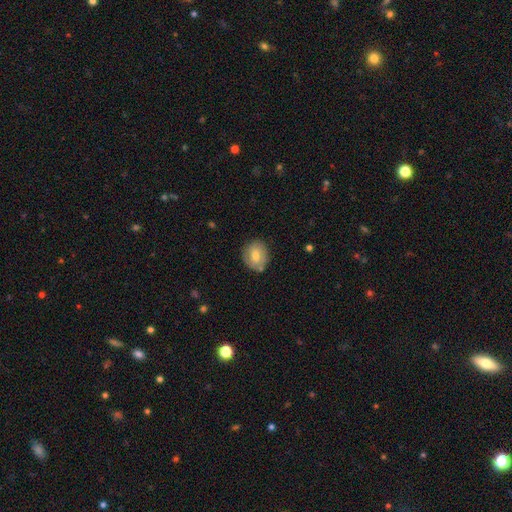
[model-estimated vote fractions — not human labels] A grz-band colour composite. It shows a smooth galaxy with no disk features (67%) that is round (70%). Merging: none (76%).